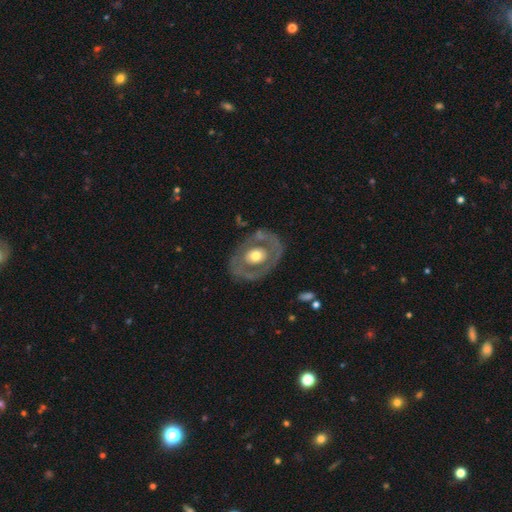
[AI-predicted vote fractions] Overall: featured or disk (65%; smooth 30%). Edge-on disk: no (94%). Bar: no (84%). Spiral arms: no (74%). Bulge size: moderate (63%; large 28%). Merging: none (74%).